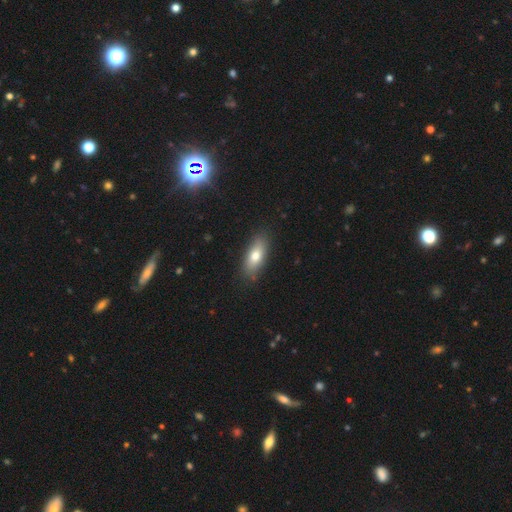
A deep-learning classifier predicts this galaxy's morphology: smooth 73%, featured or disk 19%, star or artifact 7%. Down the decision tree: how rounded — in between (76%); merging — none (83%).